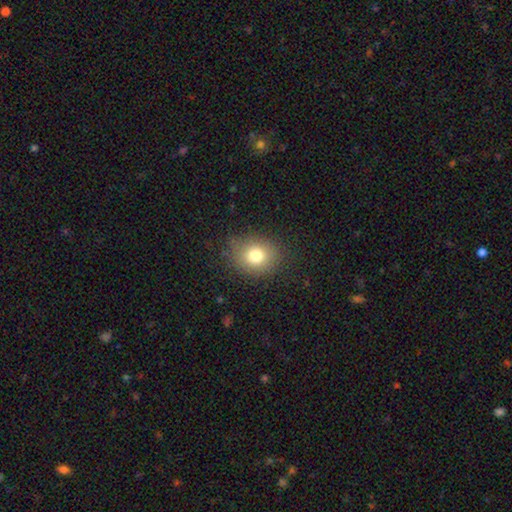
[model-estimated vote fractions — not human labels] Morphology: type=smooth (78%); roundness=round (63%); merging=none (82%).